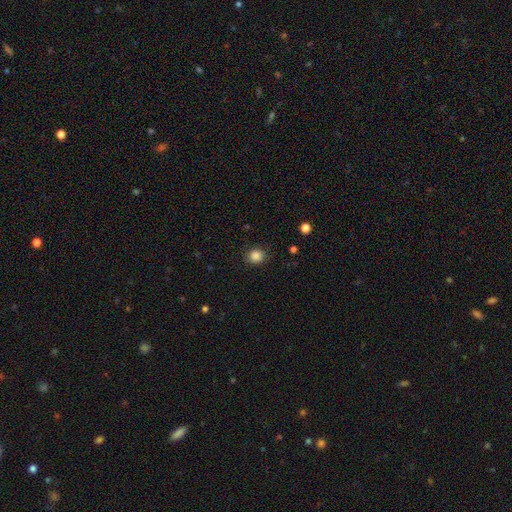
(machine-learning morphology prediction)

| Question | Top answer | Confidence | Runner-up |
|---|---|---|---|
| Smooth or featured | smooth | 86% | star or artifact (11%) |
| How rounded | round | 80% | in between (19%) |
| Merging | none | 87% | minor disturbance (9%) |